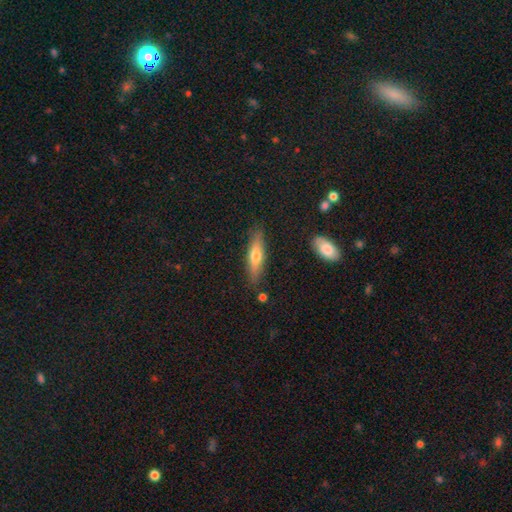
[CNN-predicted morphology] Q: Smooth or featured?
A: smooth (57%); runner-up: featured or disk (37%)
Q: How rounded?
A: cigar-shaped (68%); runner-up: in between (29%)
Q: Merging?
A: none (84%); runner-up: minor disturbance (11%)